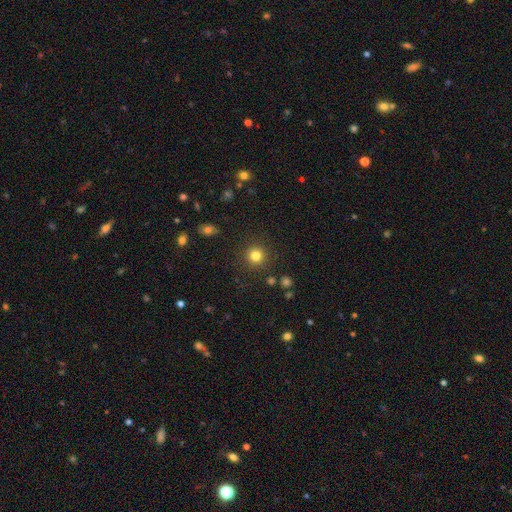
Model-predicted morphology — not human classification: Smooth or featured? Predicted: smooth (p=0.81). How rounded? Predicted: round (p=0.94). Merging? Predicted: none (p=0.90).